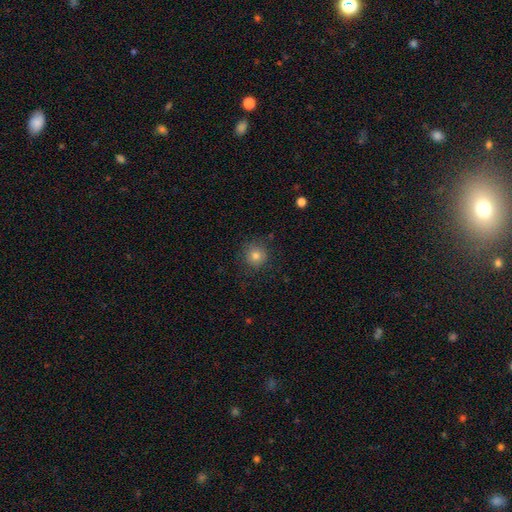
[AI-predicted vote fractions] A smooth galaxy with no disk features (79%) that is round (94%).

Vote fractions:
- Smooth or featured? smooth: 79% / star or artifact: 13% / featured or disk: 8%
- How rounded? round: 94% / in between: 5% / cigar-shaped: 1%
- Merging? none: 85% / minor disturbance: 10% / major disturbance: 3% / merger: 1%